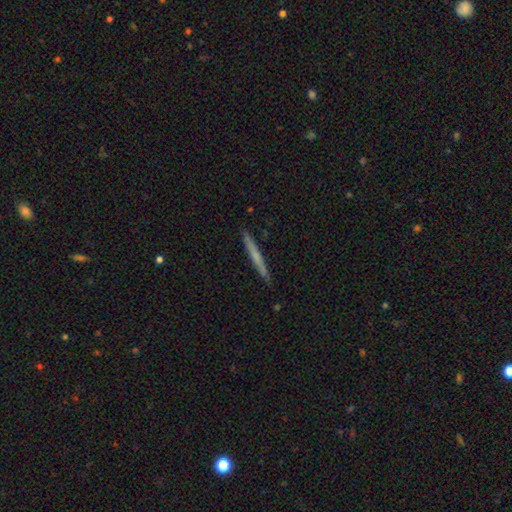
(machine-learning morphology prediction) A smooth galaxy with no disk features (54%) that is cigar-shaped (97%).

Vote fractions:
- Smooth or featured? smooth: 54% / featured or disk: 40% / star or artifact: 6%
- How rounded? cigar-shaped: 97% / in between: 2% / round: 1%
- Merging? none: 91% / minor disturbance: 6% / major disturbance: 1% / merger: 1%